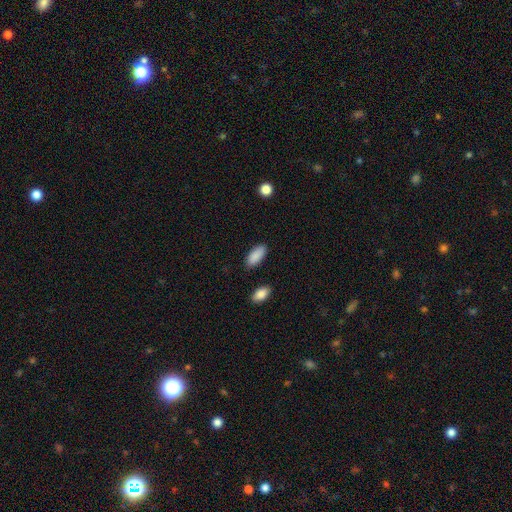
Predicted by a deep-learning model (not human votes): smooth-or-featured: smooth: 90% | star or artifact: 6% | featured or disk: 4%
  how-rounded: in between: 89% | cigar-shaped: 9% | round: 2%
  merging: none: 86% | minor disturbance: 10% | major disturbance: 2% | merger: 2%